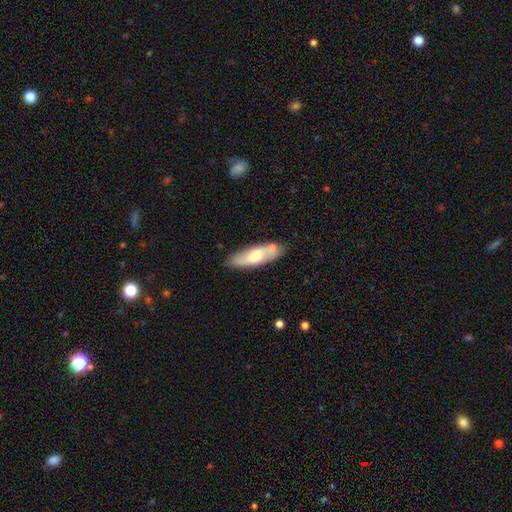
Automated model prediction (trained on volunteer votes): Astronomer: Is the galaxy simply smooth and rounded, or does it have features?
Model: smooth — 57% (runner-up: featured or disk, 38%).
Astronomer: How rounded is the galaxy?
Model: in between — 55% (runner-up: cigar-shaped, 42%).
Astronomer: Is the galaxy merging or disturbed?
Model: none — 75%.